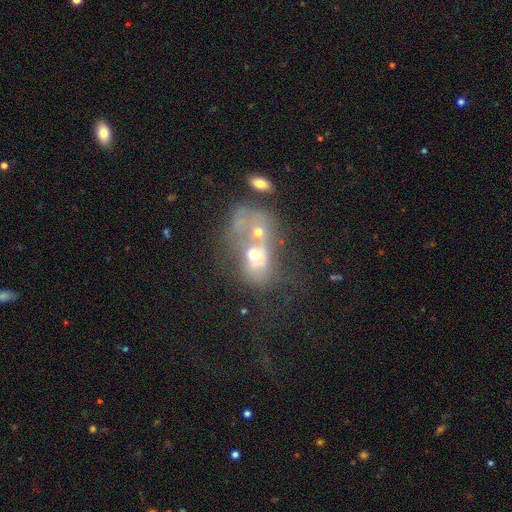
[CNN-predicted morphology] featured or disk 48%, smooth 35%, star or artifact 17%. Down the decision tree: merging — merger (64%).